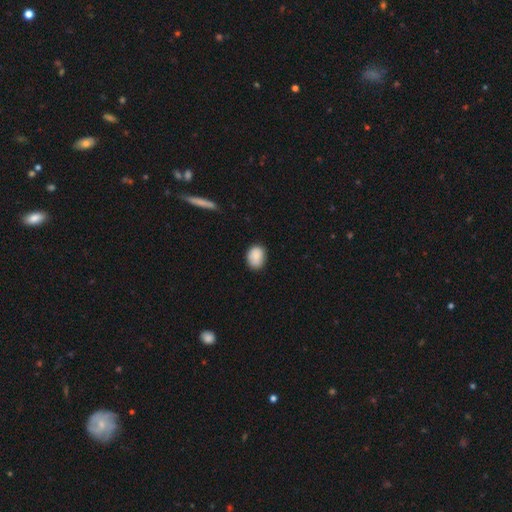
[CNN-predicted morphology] A smooth galaxy with no disk features (87%) that is in between round and cigar-shaped (58%).

Vote fractions:
- Smooth or featured? smooth: 87% / star or artifact: 7% / featured or disk: 6%
- How rounded? in between: 58% / round: 41% / cigar-shaped: 1%
- Merging? none: 75% / minor disturbance: 20% / major disturbance: 3% / merger: 2%